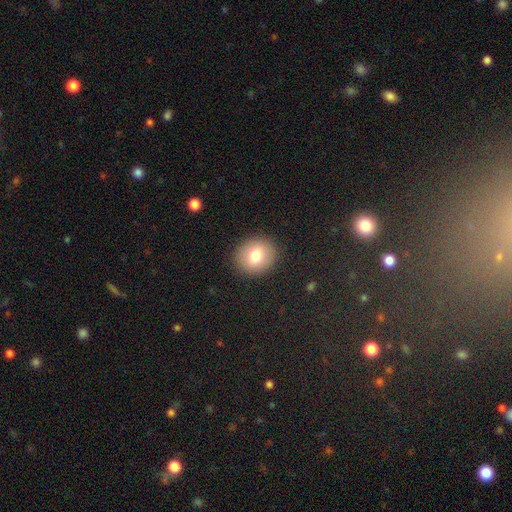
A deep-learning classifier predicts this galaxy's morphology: smooth-or-featured: smooth: 77% | featured or disk: 14% | star or artifact: 9%
  how-rounded: round: 72% | in between: 27% | cigar-shaped: 1%
  merging: none: 90% | minor disturbance: 7% | major disturbance: 2% | merger: 1%